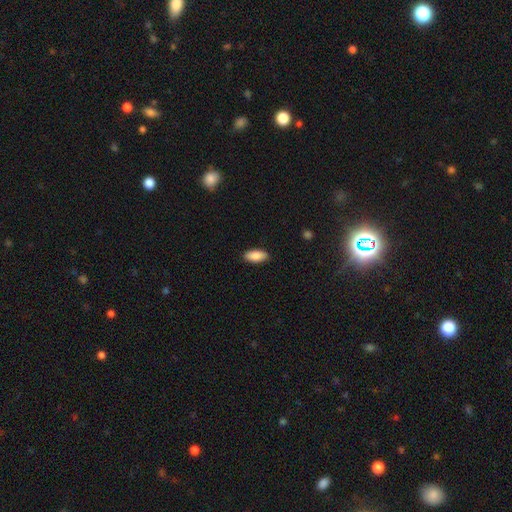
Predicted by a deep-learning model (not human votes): Smooth or featured: smooth — 88% (star or artifact — 6%)
How rounded: in between — 90% (cigar-shaped — 8%)
Merging: none — 89% (minor disturbance — 9%)